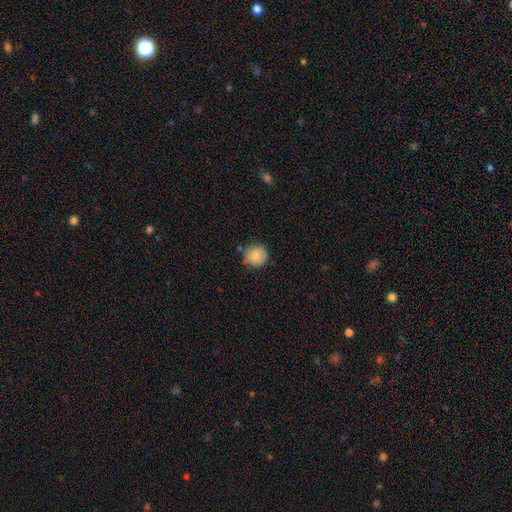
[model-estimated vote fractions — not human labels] Smooth or featured? smooth (81%)
How rounded? round (91%)
Merging? none (76%)